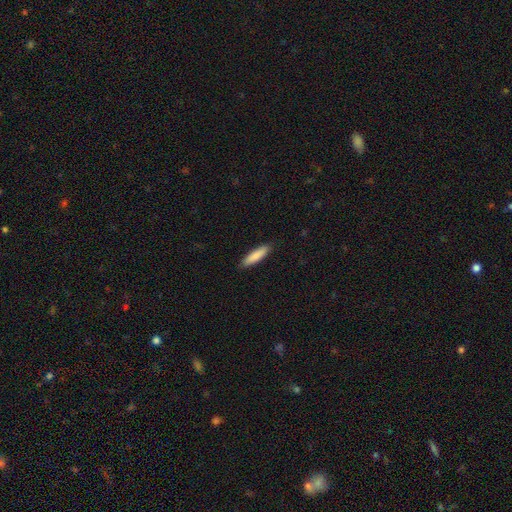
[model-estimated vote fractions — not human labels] smooth_or_featured: smooth (p=0.85) [alt: featured or disk p=0.09]
how_rounded: cigar-shaped (p=0.76) [alt: in between p=0.23]
merging: none (p=0.89) [alt: minor disturbance p=0.08]